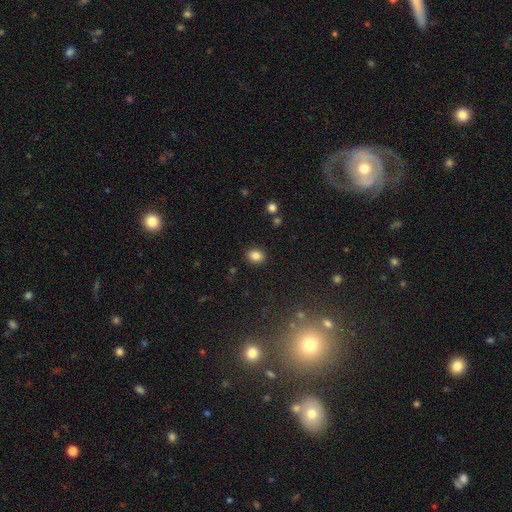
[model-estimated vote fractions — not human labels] This is clearly a smooth galaxy (84%). How rounded: likely round (64%). Merging: clearly none (89%).